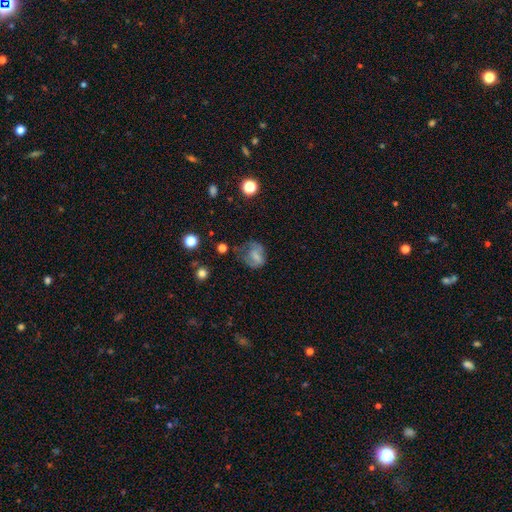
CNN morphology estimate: This appears to be a smooth galaxy with no disk features (58%) that is round (52%). Merging: none (37%).